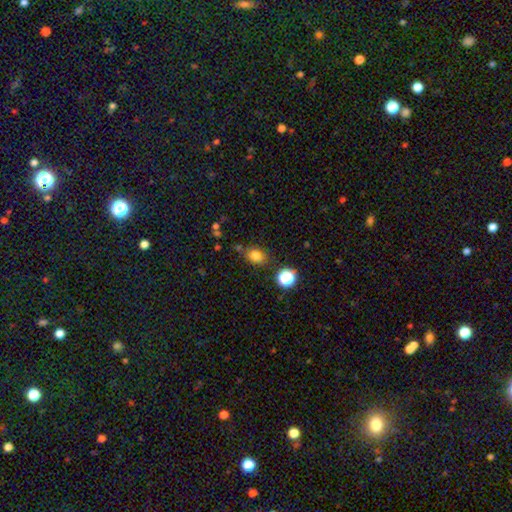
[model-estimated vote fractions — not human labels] smooth-or-featured: smooth: 79% | star or artifact: 14% | featured or disk: 6%
  how-rounded: in between: 50% | round: 48% | cigar-shaped: 1%
  merging: none: 76% | minor disturbance: 14% | merger: 6% | major disturbance: 4%